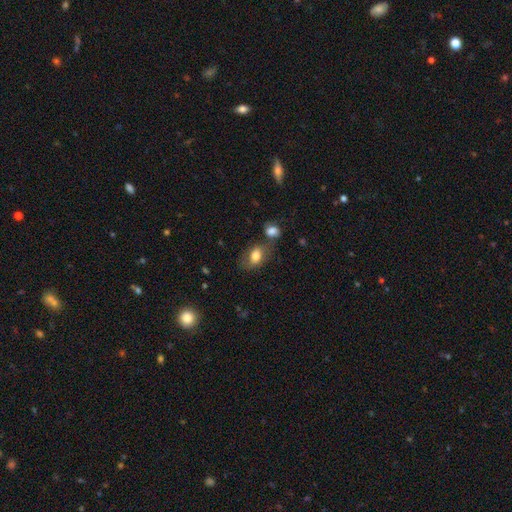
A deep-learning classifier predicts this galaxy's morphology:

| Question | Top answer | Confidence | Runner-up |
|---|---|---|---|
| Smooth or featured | smooth | 76% | featured or disk (16%) |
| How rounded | in between | 82% | round (16%) |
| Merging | none | 60% | minor disturbance (19%) |